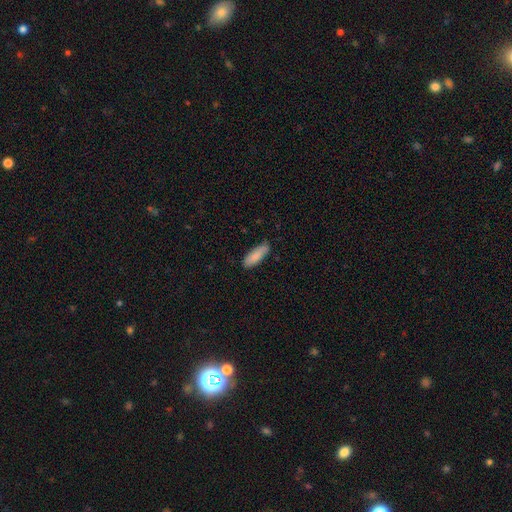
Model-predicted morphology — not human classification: Smooth or featured? Predicted: smooth (p=0.85). How rounded? Predicted: in between (p=0.63). Merging? Predicted: none (p=0.78).